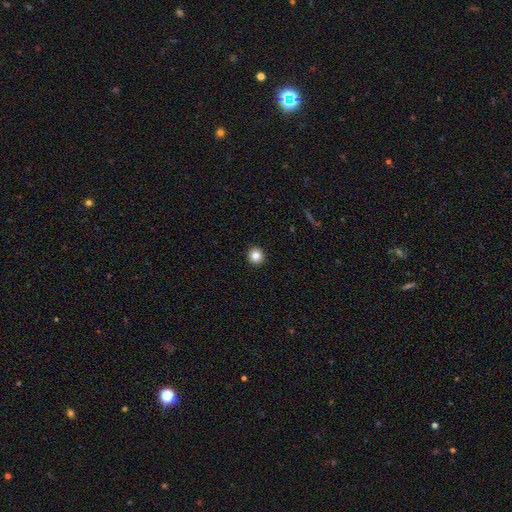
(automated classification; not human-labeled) This is clearly a smooth galaxy (83%). How rounded: clearly round (94%). Merging: clearly none (94%).